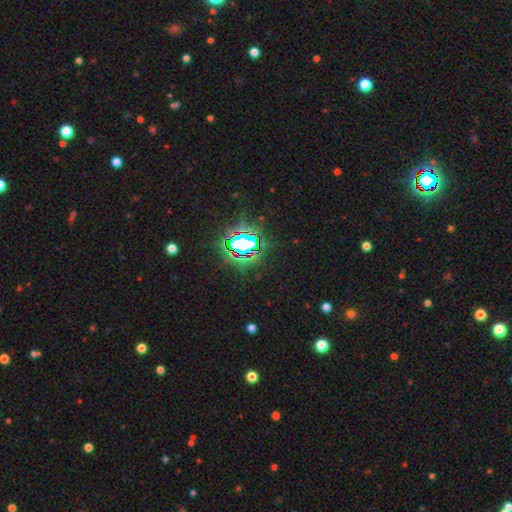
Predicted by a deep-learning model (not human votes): star or artifact 81%, smooth 12%, featured or disk 8%.